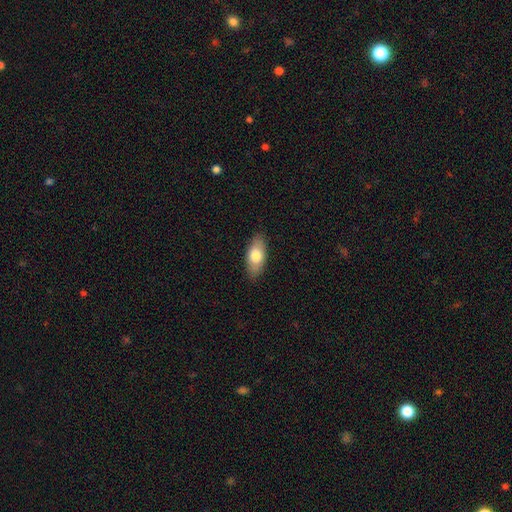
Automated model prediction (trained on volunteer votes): smooth-or-featured: smooth: 73% | featured or disk: 21% | star or artifact: 6%
  how-rounded: in between: 87% | cigar-shaped: 9% | round: 3%
  merging: none: 87% | minor disturbance: 10% | major disturbance: 2% | merger: 1%